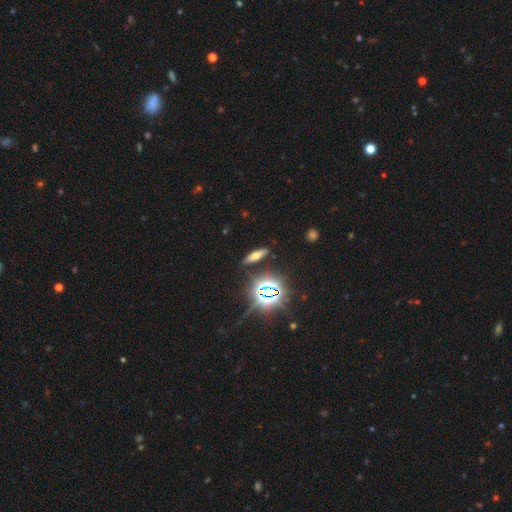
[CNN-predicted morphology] Smooth or featured? Predicted: smooth (p=0.44). Merging? Predicted: none (p=0.87).